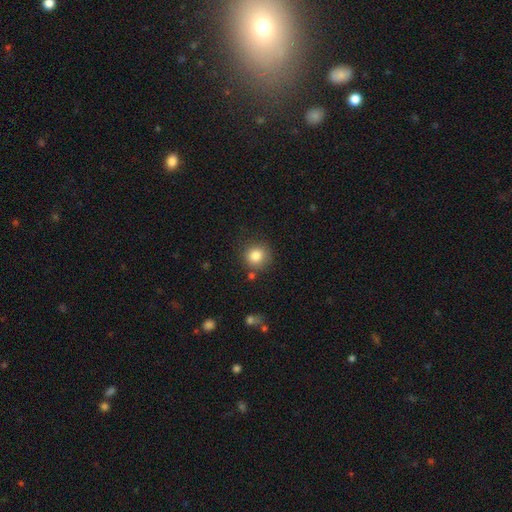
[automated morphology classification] Smooth or featured: smooth — 83% (star or artifact — 10%)
How rounded: round — 91% (in between — 8%)
Merging: none — 81% (minor disturbance — 11%)